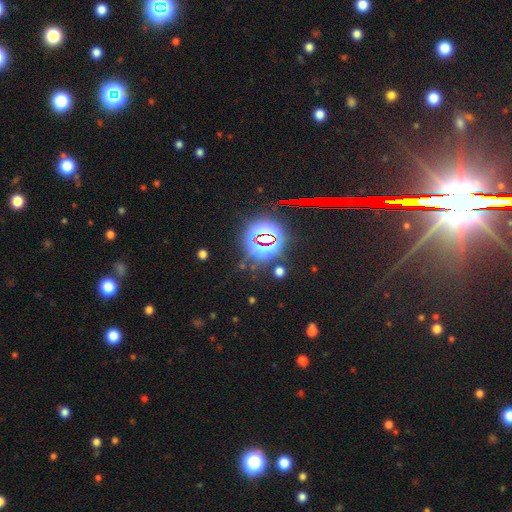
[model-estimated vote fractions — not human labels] smooth_or_featured: star or artifact (p=0.79) [alt: featured or disk p=0.11]